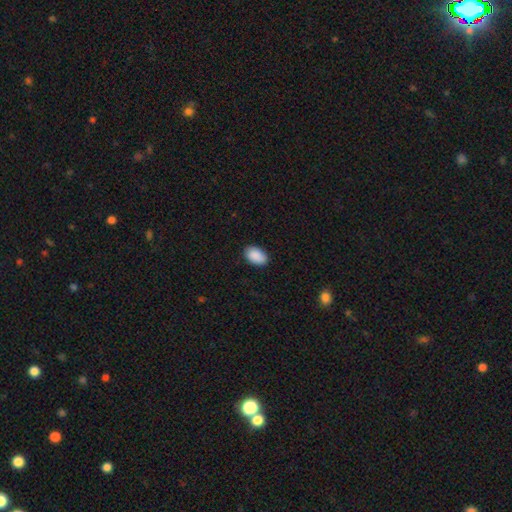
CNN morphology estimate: Q: Smooth or featured?
A: smooth (91%); runner-up: star or artifact (6%)
Q: How rounded?
A: in between (93%); runner-up: round (6%)
Q: Merging?
A: none (88%); runner-up: minor disturbance (9%)